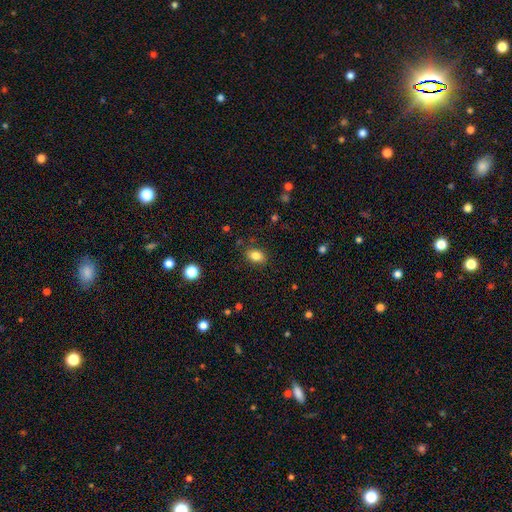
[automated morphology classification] smooth_or_featured: smooth (p=0.83) [alt: star or artifact p=0.10]
how_rounded: in between (p=0.77) [alt: round p=0.22]
merging: none (p=0.85) [alt: minor disturbance p=0.10]